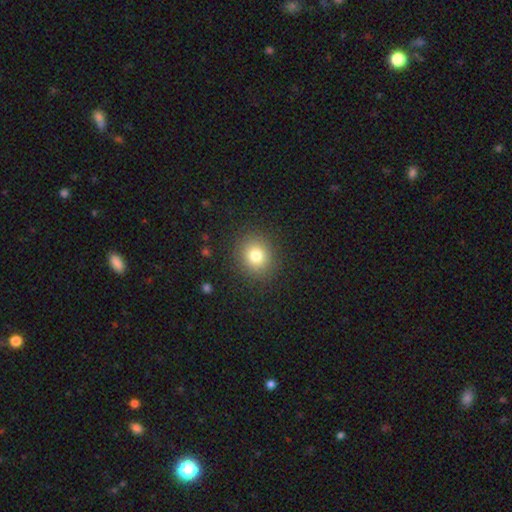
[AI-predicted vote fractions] Q: Smooth or featured?
A: smooth (79%); runner-up: star or artifact (13%)
Q: How rounded?
A: round (82%); runner-up: in between (17%)
Q: Merging?
A: none (89%); runner-up: minor disturbance (7%)